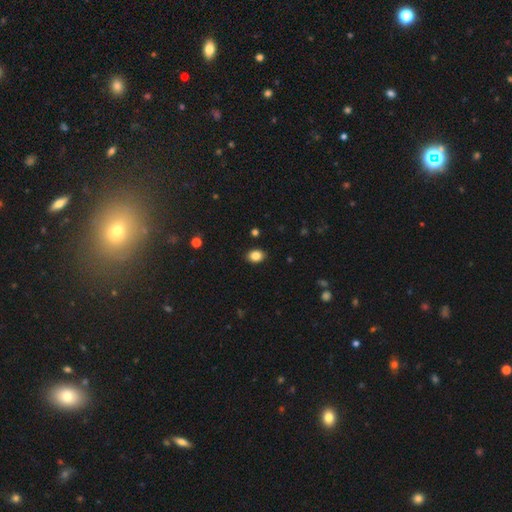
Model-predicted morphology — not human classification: A smooth galaxy with no disk features (85%) that is in between round and cigar-shaped (59%).

Vote fractions:
- Smooth or featured? smooth: 85% / star or artifact: 10% / featured or disk: 5%
- How rounded? in between: 59% / round: 40% / cigar-shaped: 1%
- Merging? none: 90% / minor disturbance: 7% / major disturbance: 2% / merger: 1%